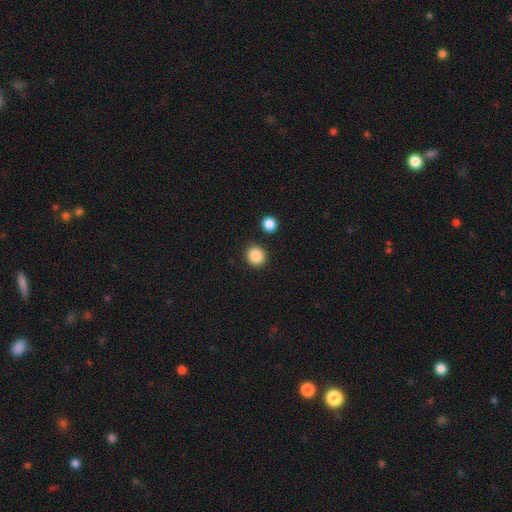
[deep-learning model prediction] A smooth galaxy with no disk features (87%) that is round (87%). Merging: none (89%).